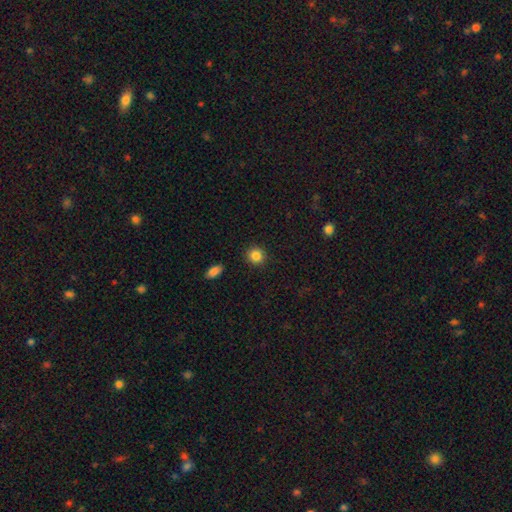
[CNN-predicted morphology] type=smooth (86%); roundness=round (90%); merging=none (91%).